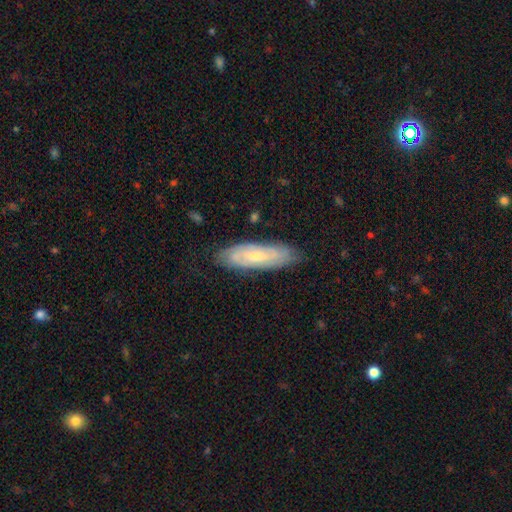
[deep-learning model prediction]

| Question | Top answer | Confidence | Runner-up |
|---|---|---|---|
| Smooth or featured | featured or disk | 57% | smooth (36%) |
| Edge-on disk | no | 75% | yes (25%) |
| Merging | none | 79% | minor disturbance (17%) |